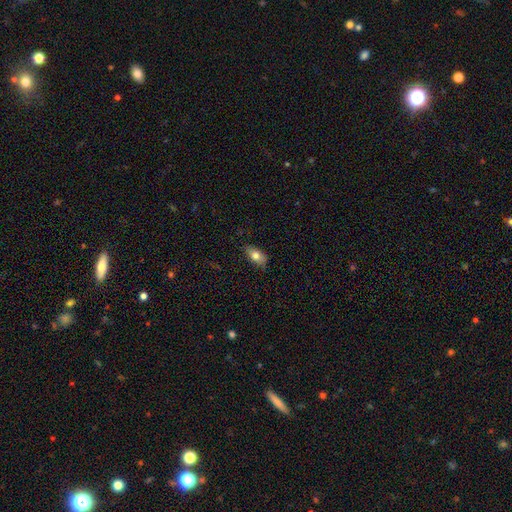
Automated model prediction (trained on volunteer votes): smooth 76%, featured or disk 17%, star or artifact 7%. Down the decision tree: how rounded — in between (86%); merging — none (78%).